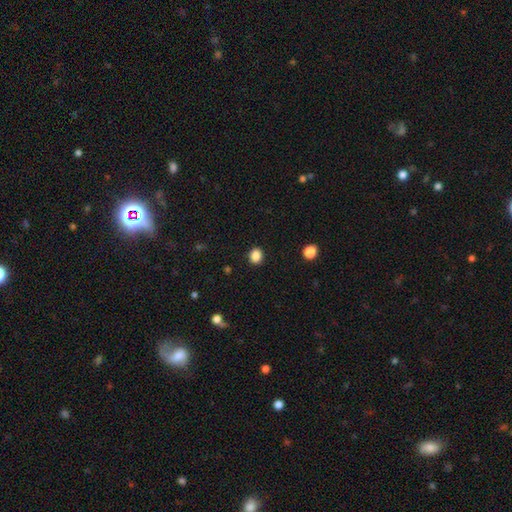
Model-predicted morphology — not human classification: smooth_or_featured: smooth (p=0.87) [alt: star or artifact p=0.10]
how_rounded: round (p=0.66) [alt: in between p=0.33]
merging: none (p=0.90) [alt: minor disturbance p=0.07]